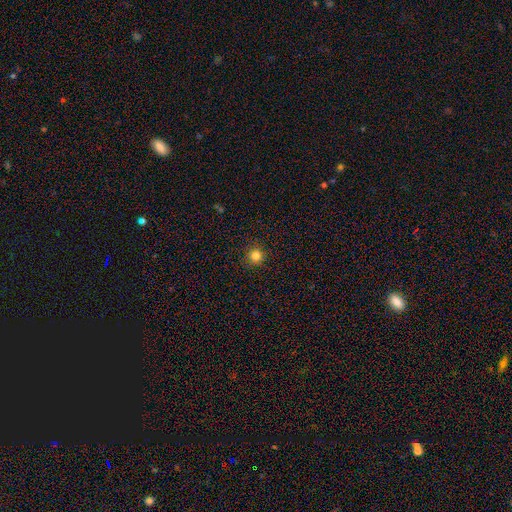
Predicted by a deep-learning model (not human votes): A smooth galaxy with no disk features (83%) that is round (94%).

Vote fractions:
- Smooth or featured? smooth: 83% / star or artifact: 13% / featured or disk: 4%
- How rounded? round: 94% / in between: 5% / cigar-shaped: 1%
- Merging? none: 91% / minor disturbance: 6% / major disturbance: 2% / merger: 1%